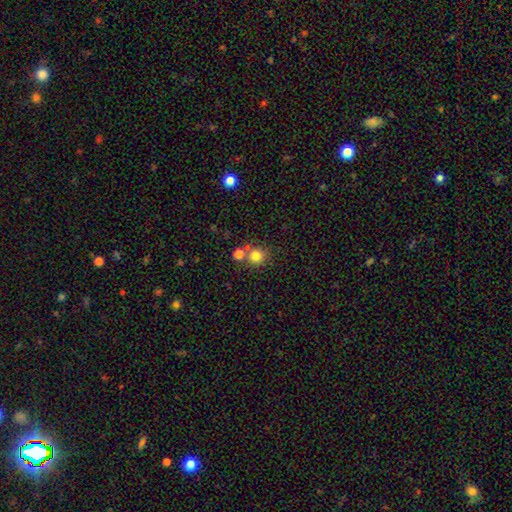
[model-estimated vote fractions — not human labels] Overall: smooth (80%). How rounded: round (89%). Merging: none (66%).